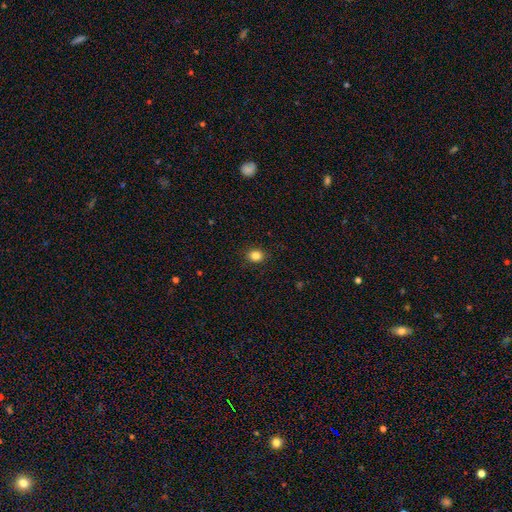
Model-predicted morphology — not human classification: Smooth or featured: smooth — 85% (star or artifact — 11%)
How rounded: round — 56% (in between — 43%)
Merging: none — 90% (minor disturbance — 7%)